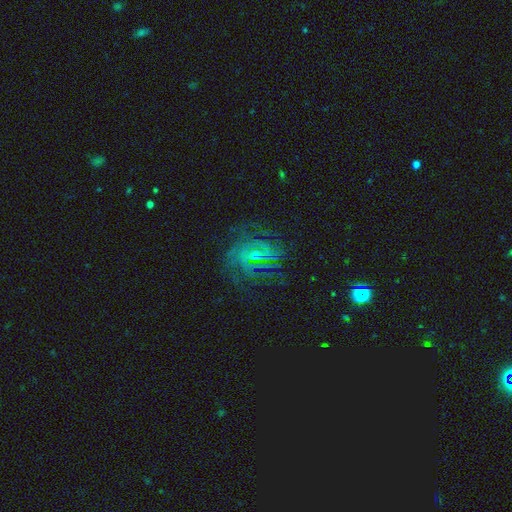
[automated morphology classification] smooth-or-featured: featured or disk: 78% | star or artifact: 13% | smooth: 9%
  disk-edge-on: no: 97% | yes: 3%
    bar: no: 46% | weak: 43% | strong: 11%
    has-spiral-arms: yes: 94% | no: 6%
      spiral-winding: tight: 62% | medium: 31% | loose: 8%
      spiral-arm-count: can't tell: 36% | 3: 18% | 2: 16% | 4: 14% | more than 4: 8% | 1: 7%
    bulge-size: small: 58% | moderate: 35% | none: 4% | large: 2% | dominant: 1%
  merging: none: 74% | minor disturbance: 15% | major disturbance: 10% | merger: 1%